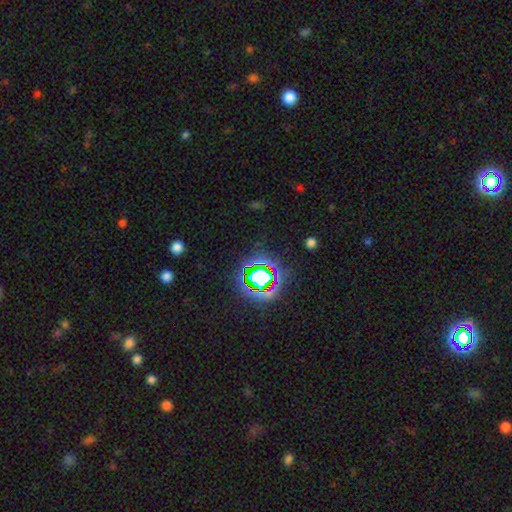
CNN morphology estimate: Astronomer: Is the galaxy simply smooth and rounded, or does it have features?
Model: star or artifact — 79%.